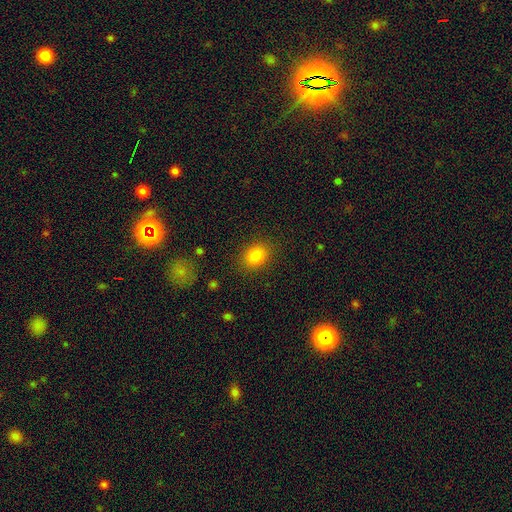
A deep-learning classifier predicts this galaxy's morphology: Smooth or featured: smooth — 83% (star or artifact — 11%)
How rounded: in between — 57% (round — 41%)
Merging: none — 86% (minor disturbance — 9%)